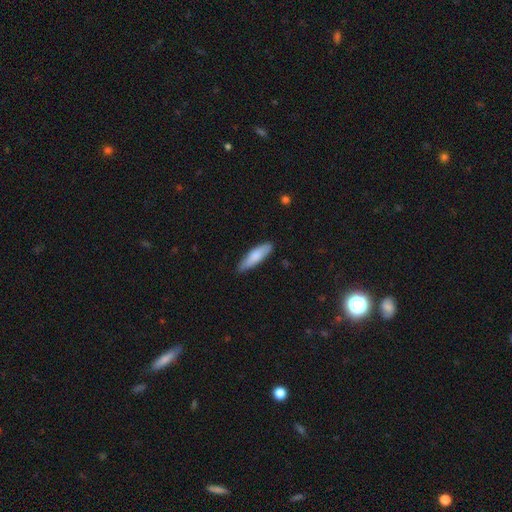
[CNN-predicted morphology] The model was most divided on "how rounded": cigar-shaped: 66%, in between: 33%, round: 1%. More confident: merging — none (85%); smooth or featured — smooth (81%).